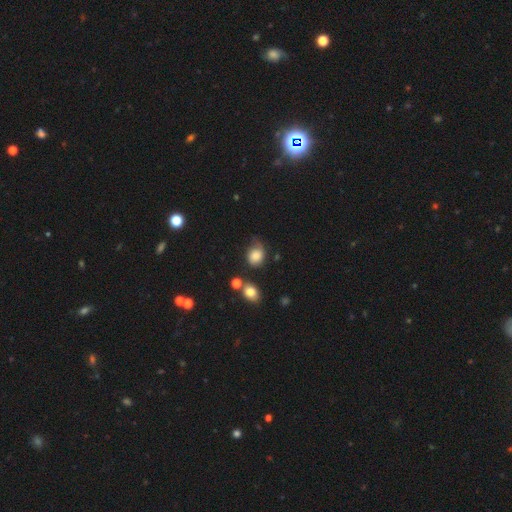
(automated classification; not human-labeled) This is likely a smooth galaxy (79%). How rounded: possibly round (60%). Merging: marginally none (45%).